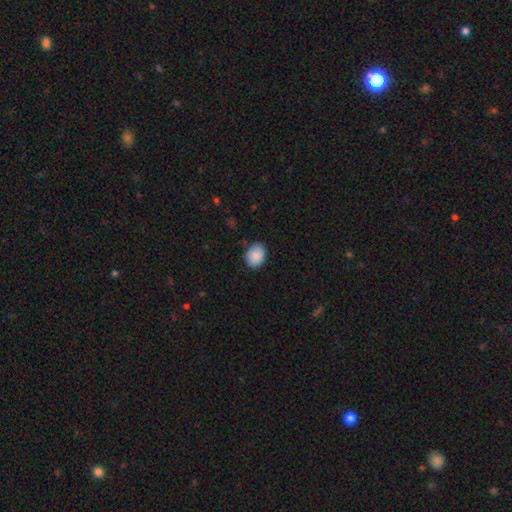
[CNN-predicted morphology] This is clearly a smooth galaxy (89%). How rounded: possibly in between (58%). Merging: clearly none (83%).